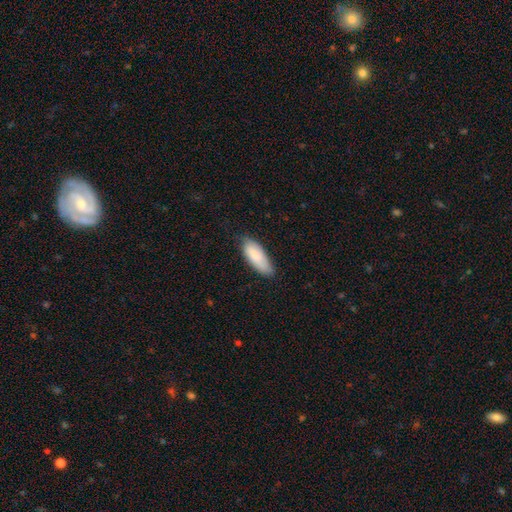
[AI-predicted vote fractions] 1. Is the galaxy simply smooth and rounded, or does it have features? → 84% smooth, 10% featured or disk, 6% star or artifact.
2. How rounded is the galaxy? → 75% in between, 23% cigar-shaped, 2% round.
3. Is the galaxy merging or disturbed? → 71% none, 24% minor disturbance, 4% major disturbance, 1% merger.